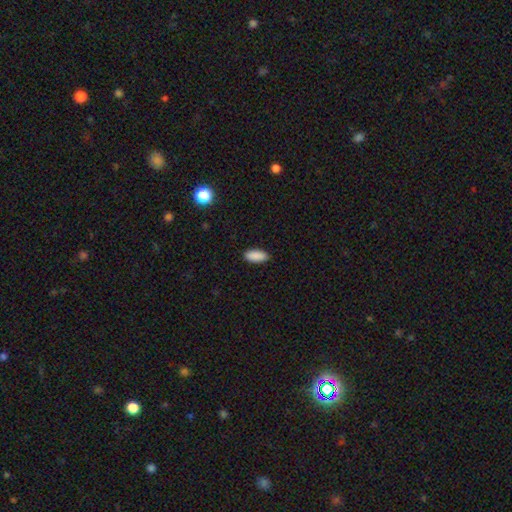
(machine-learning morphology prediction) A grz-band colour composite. It shows a smooth galaxy with no disk features (90%) that is in between round and cigar-shaped (85%). Merging: none (90%).